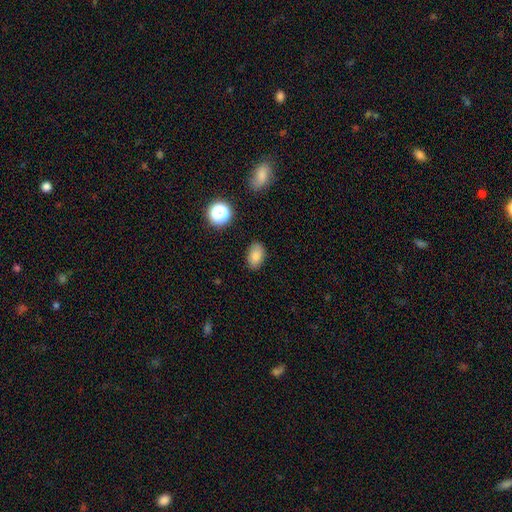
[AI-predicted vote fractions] This is clearly a smooth galaxy (82%). How rounded: clearly in between (86%). Merging: clearly none (84%).